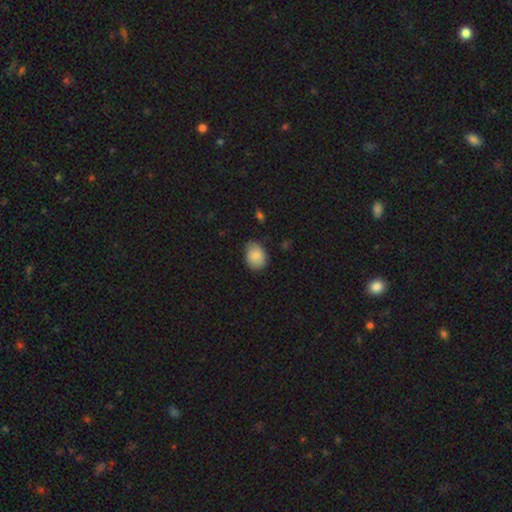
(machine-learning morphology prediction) The model was most divided on "how rounded": in between: 66%, round: 33%, cigar-shaped: 1%. More confident: smooth or featured — smooth (84%); merging — none (72%).